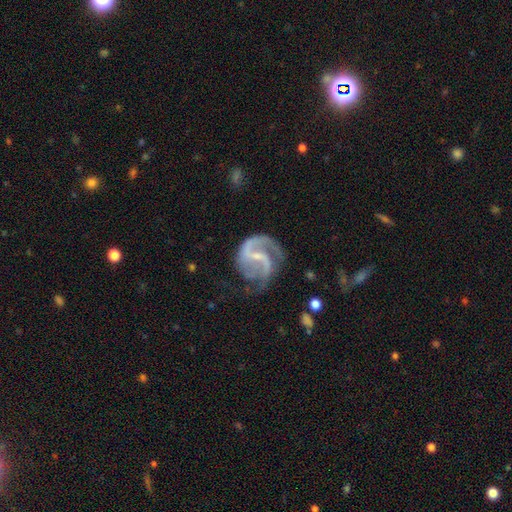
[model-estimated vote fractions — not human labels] Smooth or featured?
  - featured or disk: 89% *
  - smooth: 6%
  - star or artifact: 5%
Edge-on disk?
  - no: 98% *
  - yes: 2%
Bar?
  - weak: 50% *
  - strong: 30%
  - no: 20%
Spiral arms?
  - yes: 96% *
  - no: 4%
Spiral winding?
  - medium: 52% *
  - loose: 33%
  - tight: 16%
Spiral arm count?
  - 2: 76% *
  - 1: 8%
  - 3: 7%
  - can't tell: 5%
  - 4: 2%
  - more than 4: 2%
Bulge size?
  - small: 62% *
  - none: 20%
  - moderate: 16%
  - large: 1%
  - dominant: 1%
Merging?
  - none: 55% *
  - minor disturbance: 22%
  - major disturbance: 20%
  - merger: 3%